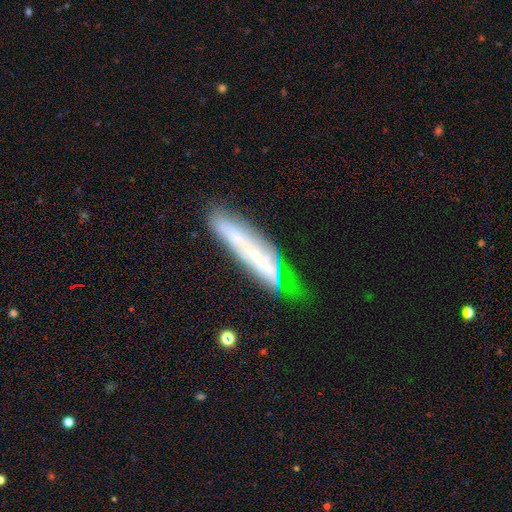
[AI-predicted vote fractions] A featured or disk galaxy (56%) viewed edge-on (52%). Merging: none (52%).